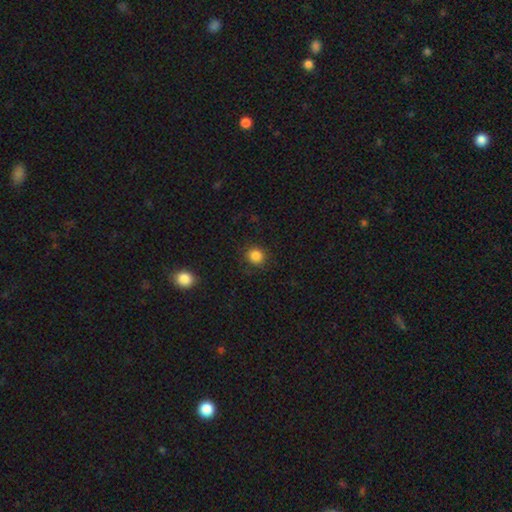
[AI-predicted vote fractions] smooth_or_featured: smooth (p=0.85) [alt: star or artifact p=0.11]
how_rounded: round (p=0.86) [alt: in between p=0.13]
merging: none (p=0.87) [alt: minor disturbance p=0.09]